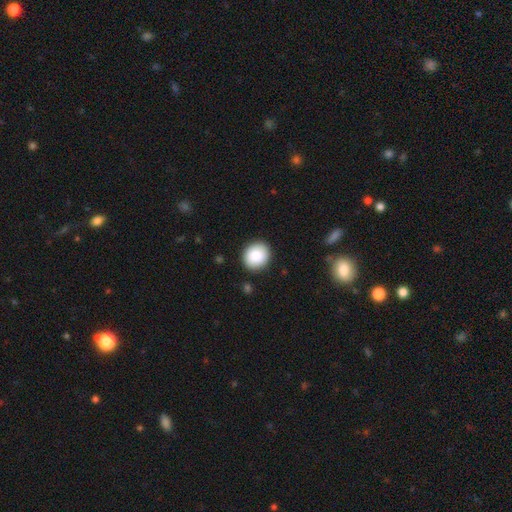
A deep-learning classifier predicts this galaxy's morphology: smooth-or-featured: smooth: 85% | star or artifact: 7% | featured or disk: 7%
  how-rounded: round: 79% | in between: 20% | cigar-shaped: 1%
  merging: none: 90% | minor disturbance: 7% | major disturbance: 2% | merger: 1%